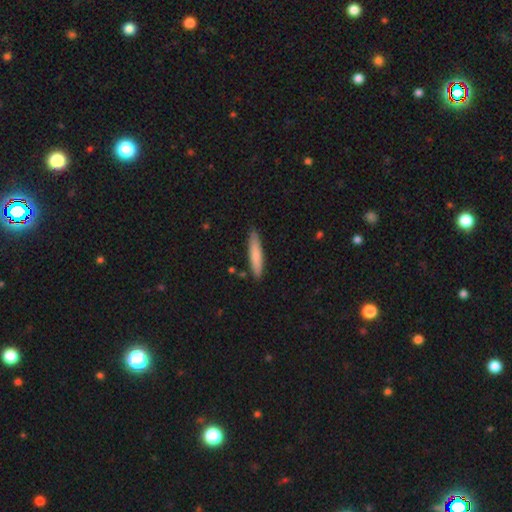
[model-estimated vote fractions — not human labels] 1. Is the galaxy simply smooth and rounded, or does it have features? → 77% smooth, 17% featured or disk, 6% star or artifact.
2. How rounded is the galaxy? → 89% cigar-shaped, 10% in between, 1% round.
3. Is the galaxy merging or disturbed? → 87% none, 10% minor disturbance, 2% merger, 2% major disturbance.